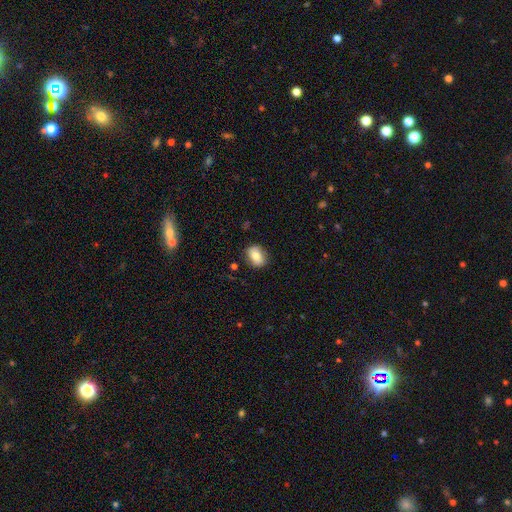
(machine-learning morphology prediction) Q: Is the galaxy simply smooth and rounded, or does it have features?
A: smooth — 71%.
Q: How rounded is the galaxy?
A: in between — 59%.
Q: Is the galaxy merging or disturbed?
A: none — 82%.